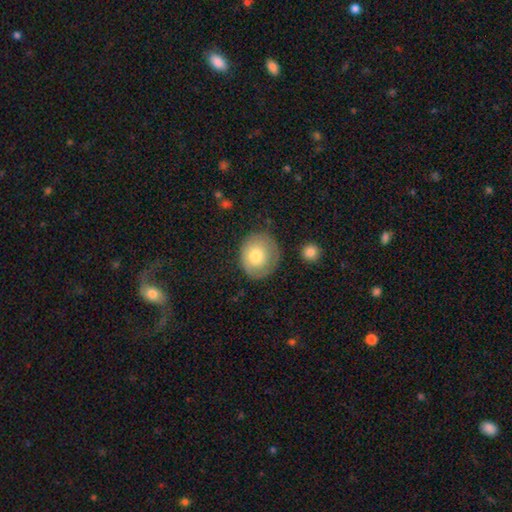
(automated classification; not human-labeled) smooth-or-featured: smooth: 71% | featured or disk: 22% | star or artifact: 7%
  how-rounded: round: 75% | in between: 24% | cigar-shaped: 1%
  merging: none: 68% | minor disturbance: 22% | major disturbance: 7% | merger: 2%